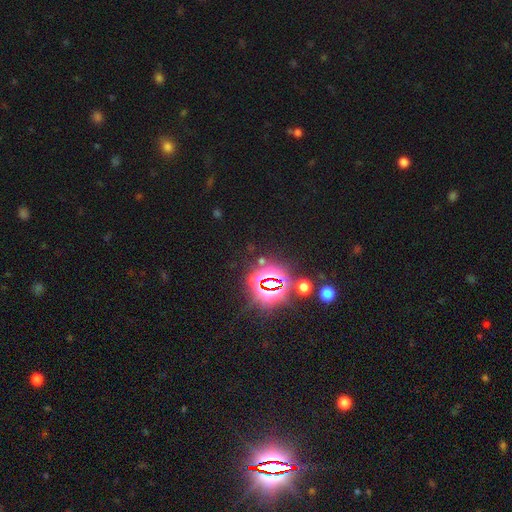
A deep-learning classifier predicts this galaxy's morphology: type=star or artifact (85%).